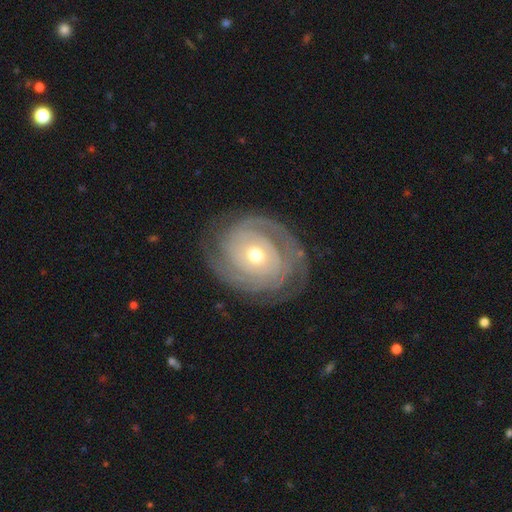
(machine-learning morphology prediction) smooth_or_featured: featured or disk (p=0.89) [alt: smooth p=0.06]
disk_edge_on: no (p=0.97) [alt: yes p=0.03]
bar: no (p=0.76) [alt: weak p=0.17]
has_spiral_arms: yes (p=0.96) [alt: no p=0.04]
spiral_winding: tight (p=0.83) [alt: medium p=0.14]
spiral_arm_count: 2 (p=0.43) [alt: can't tell p=0.22]
bulge_size: moderate (p=0.57) [alt: small p=0.39]
merging: none (p=0.80) [alt: minor disturbance p=0.13]